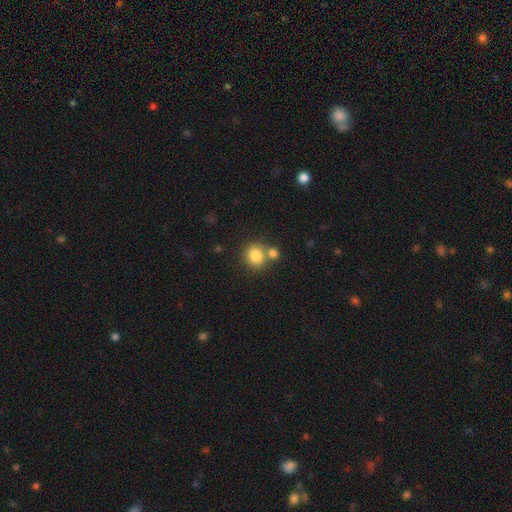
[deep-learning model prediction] Smooth or featured? smooth (82%)
How rounded? round (87%)
Merging? none (60%)